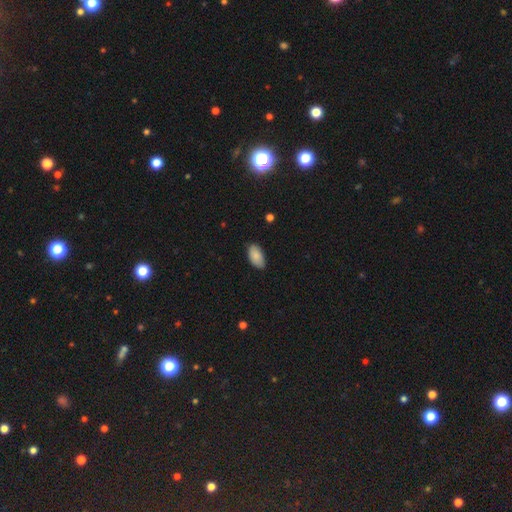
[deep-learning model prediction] This is clearly a smooth galaxy (87%). How rounded: clearly in between (95%). Merging: clearly none (82%).